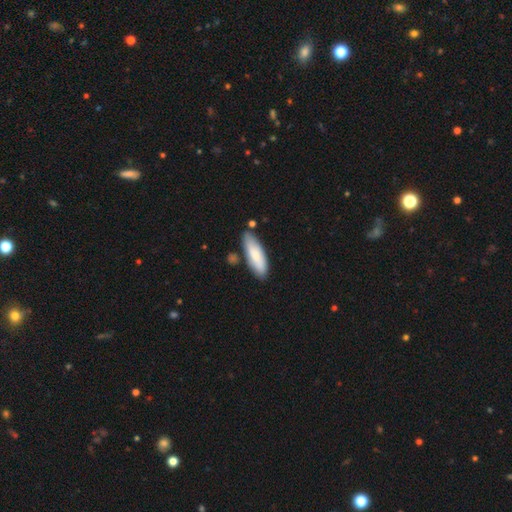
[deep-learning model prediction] Smooth or featured? Predicted: smooth (p=0.78). How rounded? Predicted: in between (p=0.53). Merging? Predicted: none (p=0.76).